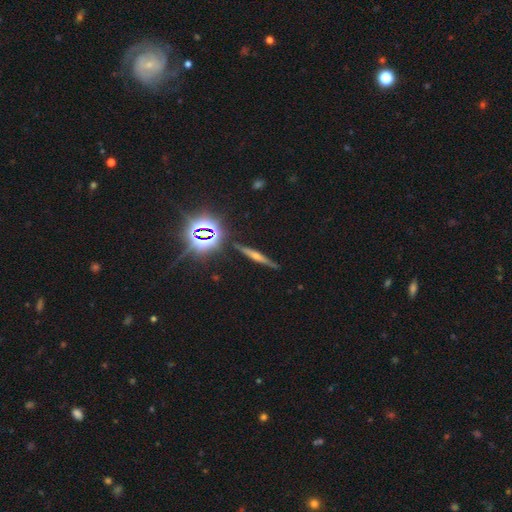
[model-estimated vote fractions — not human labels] Morphology: type=featured or disk (55%); edge-on=yes (95%); edge-on bulge=rounded (80%); merging=none (88%).